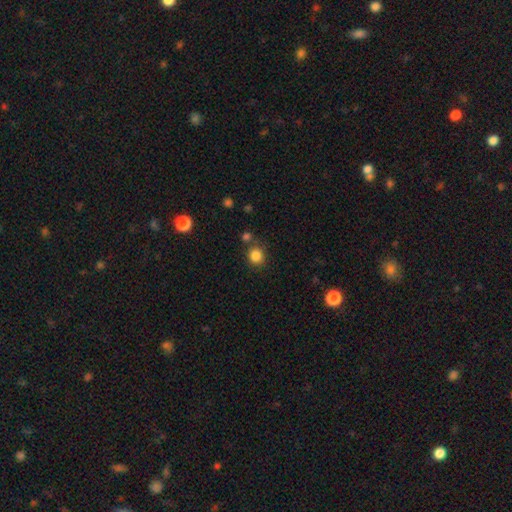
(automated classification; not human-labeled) Smooth or featured? Predicted: smooth (p=0.84). How rounded? Predicted: round (p=0.86). Merging? Predicted: none (p=0.76).